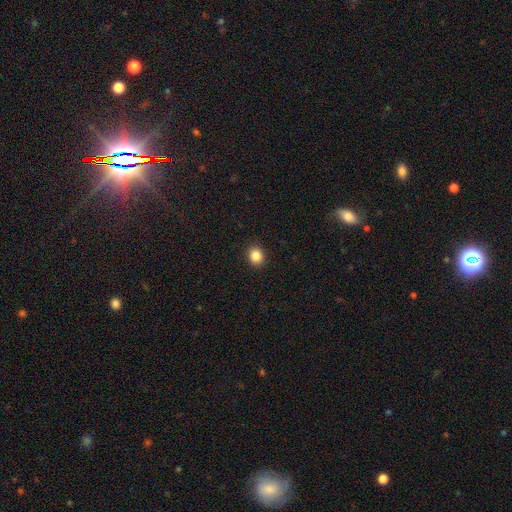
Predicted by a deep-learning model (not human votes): Smooth or featured? Predicted: smooth (p=0.85). How rounded? Predicted: round (p=0.71). Merging? Predicted: none (p=0.91).